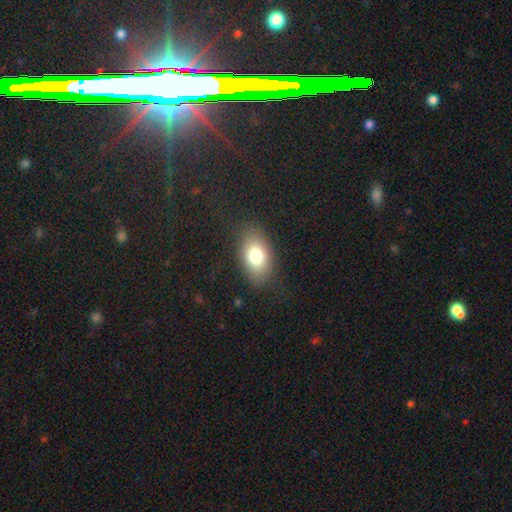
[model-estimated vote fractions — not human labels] Smooth or featured?
  - smooth: 77% *
  - featured or disk: 14%
  - star or artifact: 10%
How rounded?
  - in between: 85% *
  - round: 13%
  - cigar-shaped: 2%
Merging?
  - none: 80% *
  - minor disturbance: 13%
  - major disturbance: 6%
  - merger: 1%